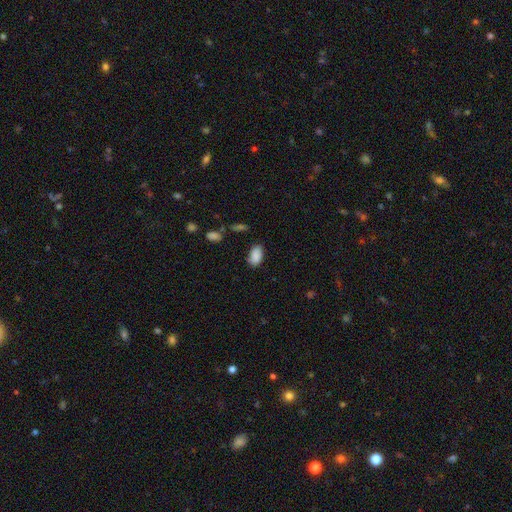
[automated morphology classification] Smooth or featured? Predicted: smooth (p=0.88). How rounded? Predicted: in between (p=0.93). Merging? Predicted: none (p=0.79).